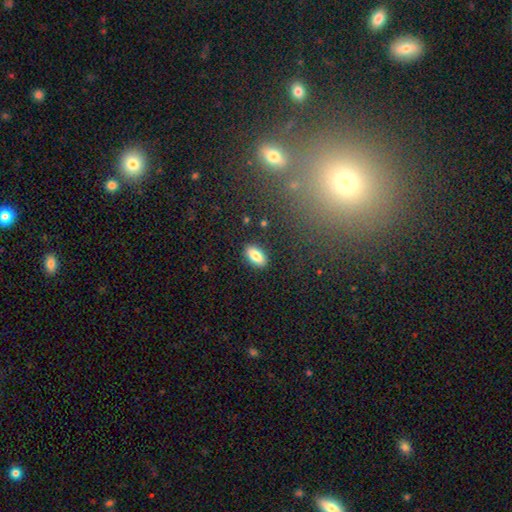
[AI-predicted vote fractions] Overall: smooth (84%). How rounded: in between (90%). Merging: none (88%).